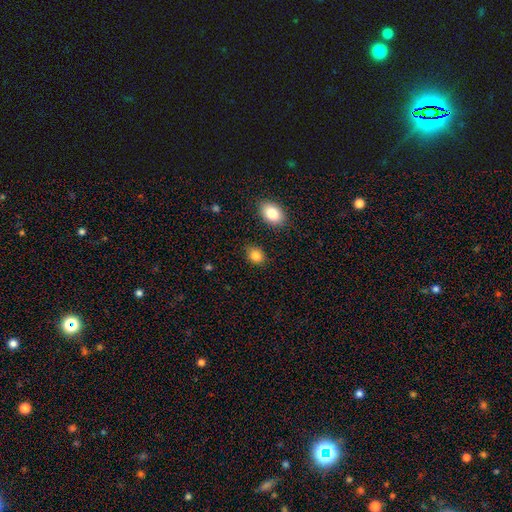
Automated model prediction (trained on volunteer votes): This appears to be a smooth galaxy with no disk features (85%) that is in between round and cigar-shaped (59%). Merging: none (82%).